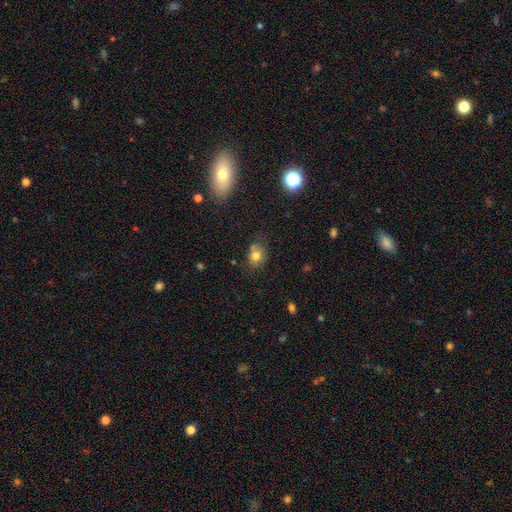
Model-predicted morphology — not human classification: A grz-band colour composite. It shows a smooth galaxy with no disk features (77%) that is round (59%). Merging: none (60%).